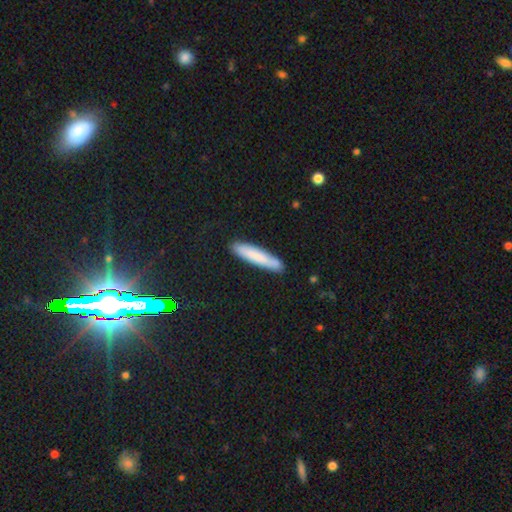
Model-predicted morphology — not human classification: smooth_or_featured: smooth (p=0.77) [alt: featured or disk p=0.16]
how_rounded: cigar-shaped (p=0.90) [alt: in between p=0.08]
merging: none (p=0.86) [alt: minor disturbance p=0.10]